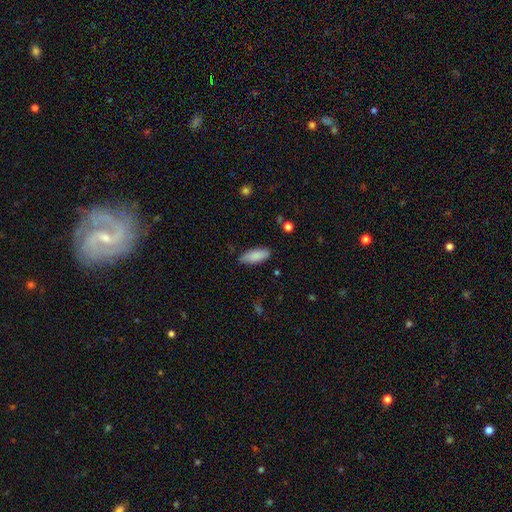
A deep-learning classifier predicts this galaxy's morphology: A smooth galaxy with no disk features (87%) that is in between round and cigar-shaped (73%). Merging: none (85%).